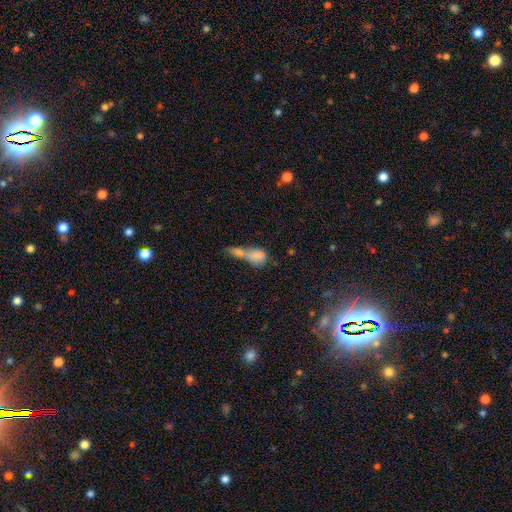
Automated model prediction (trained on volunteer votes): Smooth or featured: smooth — 74% (featured or disk — 16%)
How rounded: in between — 58% (round — 31%)
Merging: merger — 73% (none — 14%)